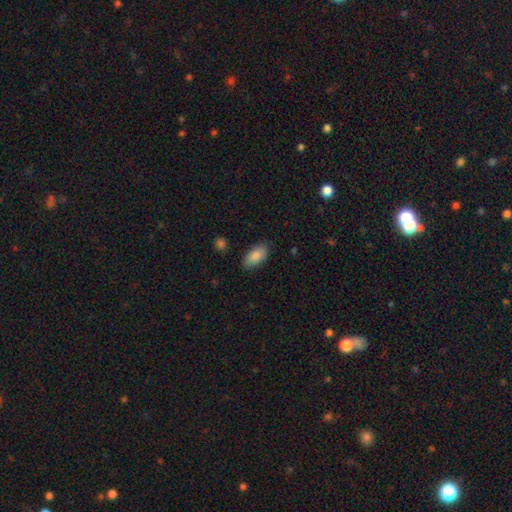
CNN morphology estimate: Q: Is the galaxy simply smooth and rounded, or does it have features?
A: smooth — 87%.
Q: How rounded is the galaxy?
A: in between — 92%.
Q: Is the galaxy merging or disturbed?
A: none — 84%.